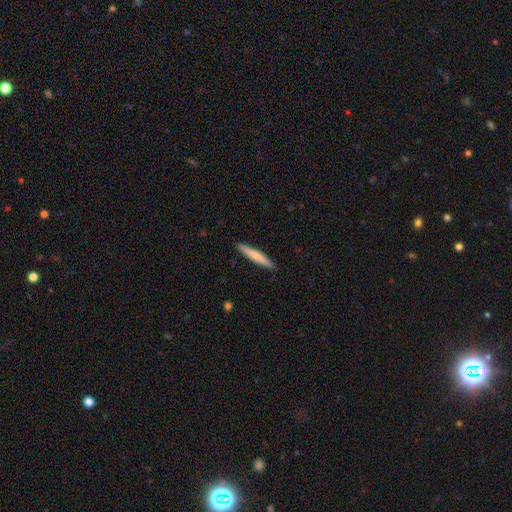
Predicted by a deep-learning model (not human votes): Smooth or featured? Predicted: smooth (p=0.68). How rounded? Predicted: cigar-shaped (p=0.94). Merging? Predicted: none (p=0.91).